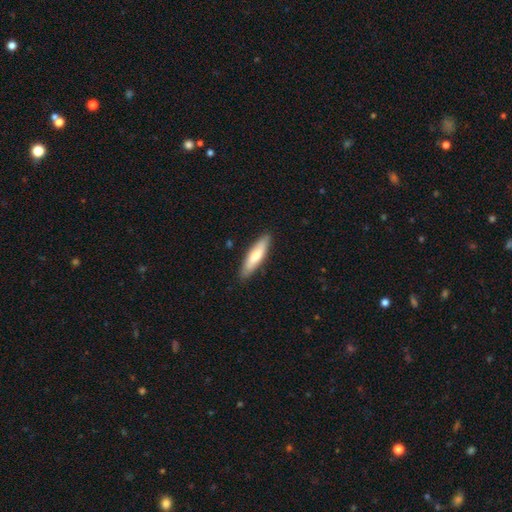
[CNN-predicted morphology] smooth_or_featured: smooth (p=0.67) [alt: featured or disk p=0.28]
how_rounded: cigar-shaped (p=0.68) [alt: in between p=0.31]
merging: none (p=0.87) [alt: minor disturbance p=0.10]